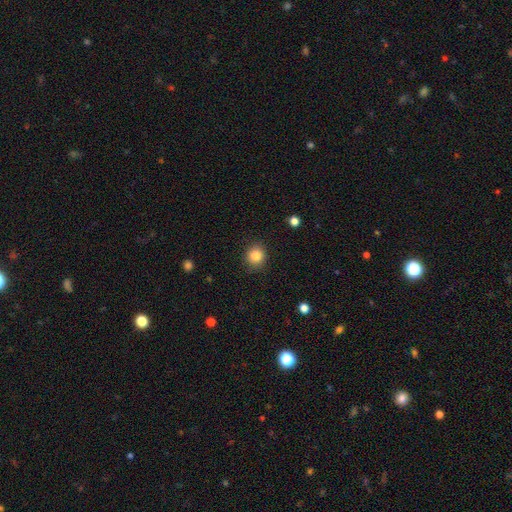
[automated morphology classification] This is clearly a smooth galaxy (83%). How rounded: clearly round (84%). Merging: clearly none (90%).